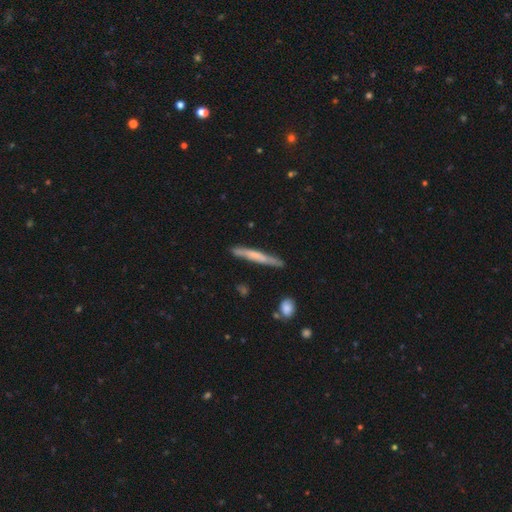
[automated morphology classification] Q: Smooth or featured?
A: smooth (52%); runner-up: featured or disk (42%)
Q: How rounded?
A: cigar-shaped (96%); runner-up: in between (3%)
Q: Merging?
A: none (81%); runner-up: minor disturbance (15%)